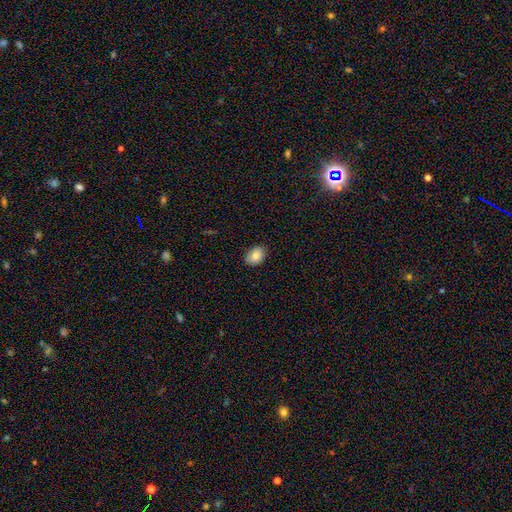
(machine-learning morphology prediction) A smooth galaxy with no disk features (84%) that is in between round and cigar-shaped (73%).

Vote fractions:
- Smooth or featured? smooth: 84% / star or artifact: 8% / featured or disk: 8%
- How rounded? in between: 73% / round: 26% / cigar-shaped: 1%
- Merging? none: 86% / minor disturbance: 11% / major disturbance: 2% / merger: 1%